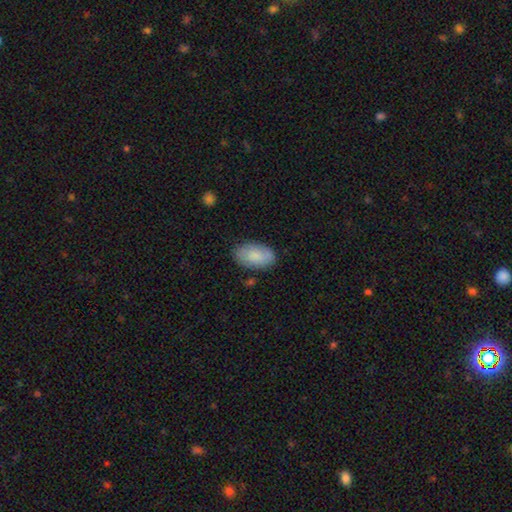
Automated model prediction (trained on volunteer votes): A smooth galaxy with no disk features (79%) that is in between round and cigar-shaped (94%).

Vote fractions:
- Smooth or featured? smooth: 79% / featured or disk: 14% / star or artifact: 6%
- How rounded? in between: 94% / round: 4% / cigar-shaped: 2%
- Merging? none: 81% / minor disturbance: 15% / major disturbance: 3% / merger: 2%